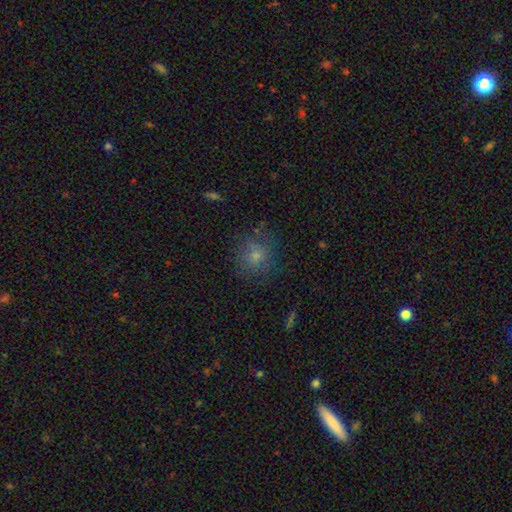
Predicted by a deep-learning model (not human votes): Smooth or featured? smooth (70%)
How rounded? round (86%)
Merging? none (78%)